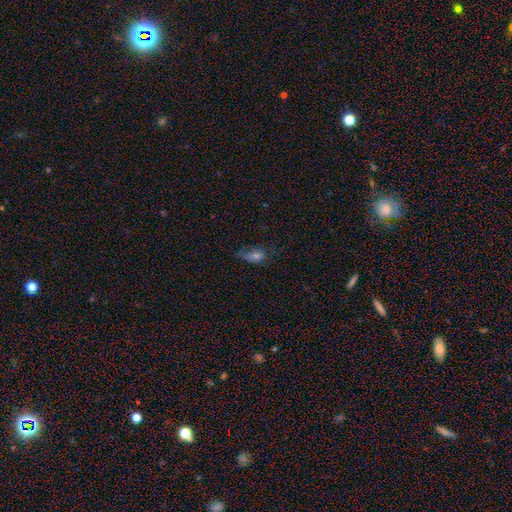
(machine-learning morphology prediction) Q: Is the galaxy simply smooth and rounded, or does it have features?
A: smooth — 60%.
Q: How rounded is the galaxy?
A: in between — 81%.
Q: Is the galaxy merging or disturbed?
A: none — 42%.